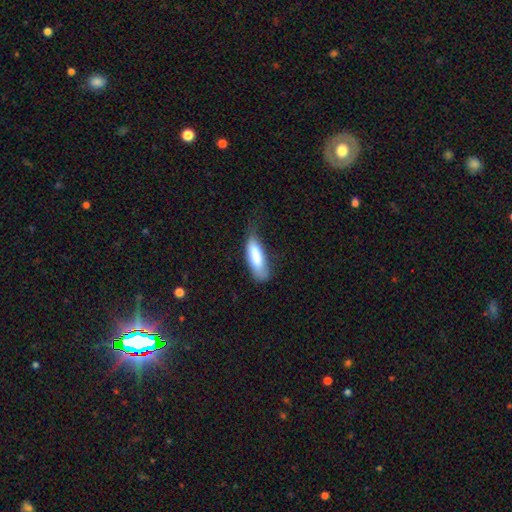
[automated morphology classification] A smooth galaxy with no disk features (81%) that is in between round and cigar-shaped (53%).

Vote fractions:
- Smooth or featured? smooth: 81% / featured or disk: 13% / star or artifact: 6%
- How rounded? in between: 53% / cigar-shaped: 45% / round: 2%
- Merging? none: 45% / minor disturbance: 38% / major disturbance: 15% / merger: 2%